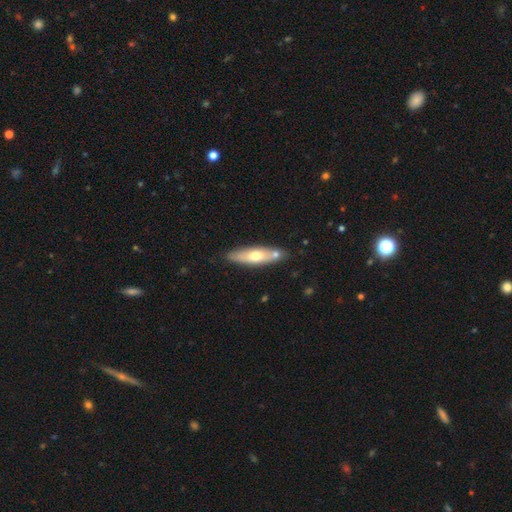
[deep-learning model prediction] smooth 56%, featured or disk 38%, star or artifact 6%. Down the decision tree: how rounded — cigar-shaped (64%); merging — none (74%).